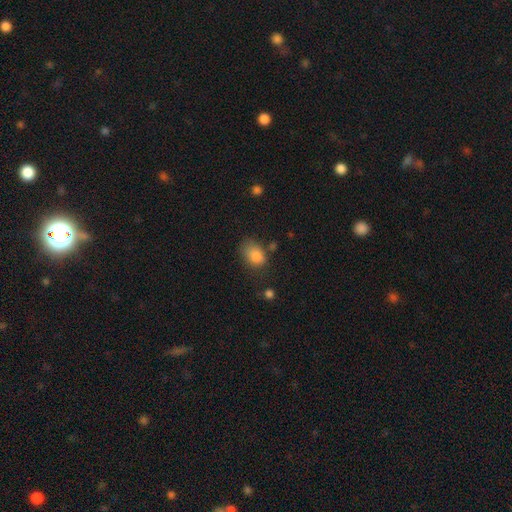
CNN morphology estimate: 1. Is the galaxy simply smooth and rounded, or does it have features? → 84% smooth, 9% star or artifact, 7% featured or disk.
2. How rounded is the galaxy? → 78% in between, 21% round, 1% cigar-shaped.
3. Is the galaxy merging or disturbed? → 54% none, 29% minor disturbance, 11% major disturbance, 6% merger.